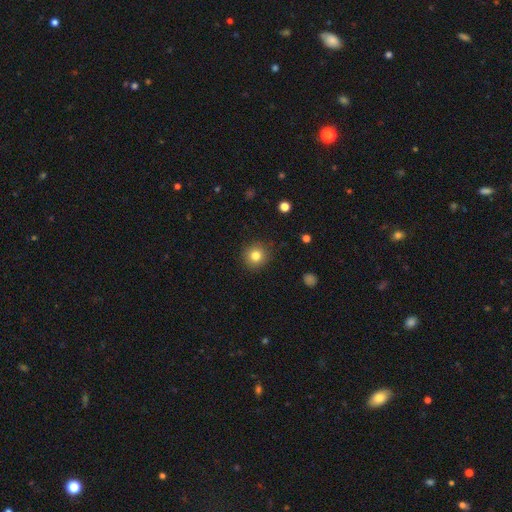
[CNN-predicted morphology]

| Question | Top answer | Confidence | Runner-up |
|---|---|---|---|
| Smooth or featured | smooth | 81% | star or artifact (12%) |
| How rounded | round | 93% | in between (6%) |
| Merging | none | 88% | minor disturbance (8%) |